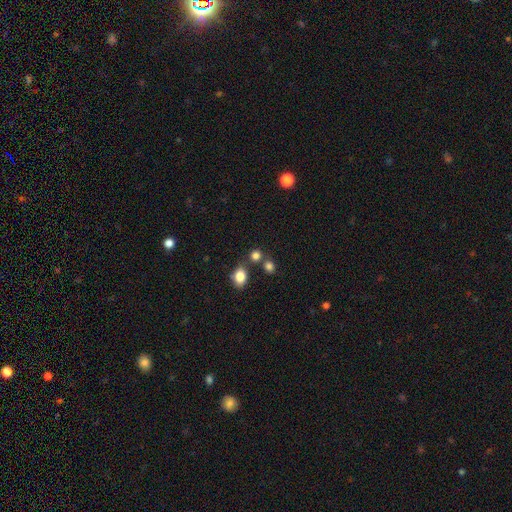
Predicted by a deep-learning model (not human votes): The model was most divided on "how rounded": round: 70%, in between: 28%, cigar-shaped: 1%. More confident: smooth or featured — smooth (81%); merging — none (64%).